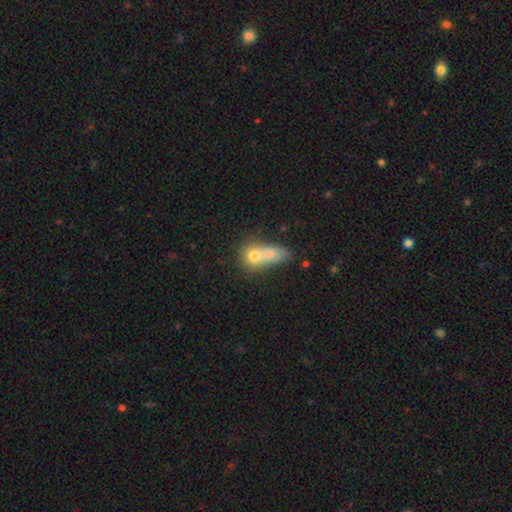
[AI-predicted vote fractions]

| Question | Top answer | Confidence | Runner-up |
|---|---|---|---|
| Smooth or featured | smooth | 68% | featured or disk (21%) |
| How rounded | round | 47% | in between (45%) |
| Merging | merger | 64% | none (20%) |